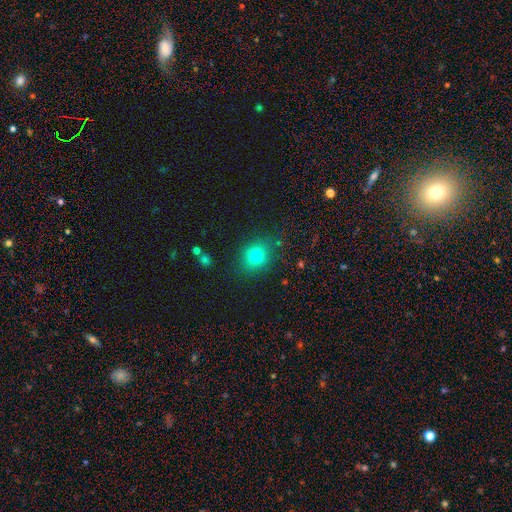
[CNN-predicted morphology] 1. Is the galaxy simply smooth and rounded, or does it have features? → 77% smooth, 15% star or artifact, 9% featured or disk.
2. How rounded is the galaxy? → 70% round, 29% in between, 1% cigar-shaped.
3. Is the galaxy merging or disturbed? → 83% none, 11% minor disturbance, 4% major disturbance, 2% merger.